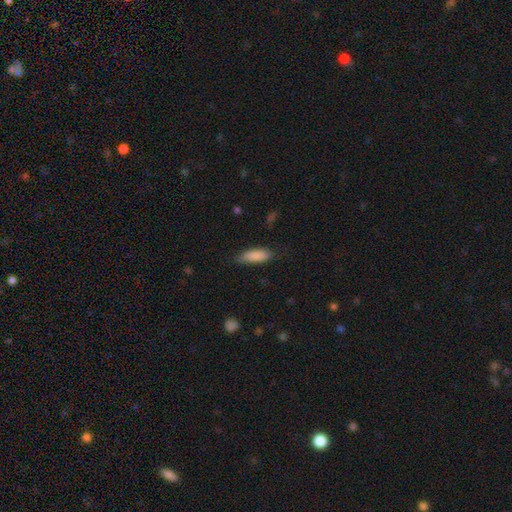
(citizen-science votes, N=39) Overall: smooth (92%). How rounded: in between (81%). Merging: none (86%).